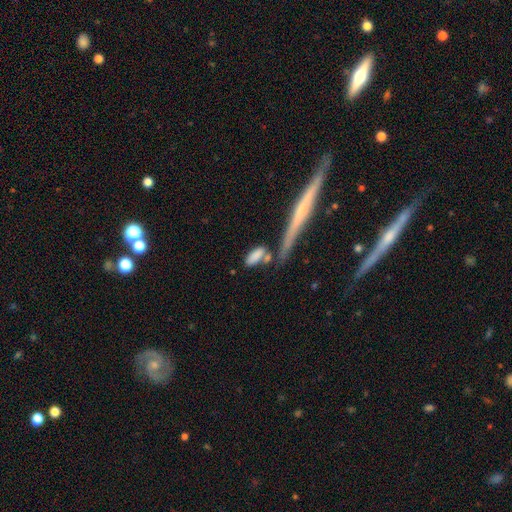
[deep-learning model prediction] Q: Smooth or featured?
A: smooth (80%); runner-up: featured or disk (13%)
Q: How rounded?
A: in between (75%); runner-up: cigar-shaped (21%)
Q: Merging?
A: none (50%); runner-up: merger (24%)